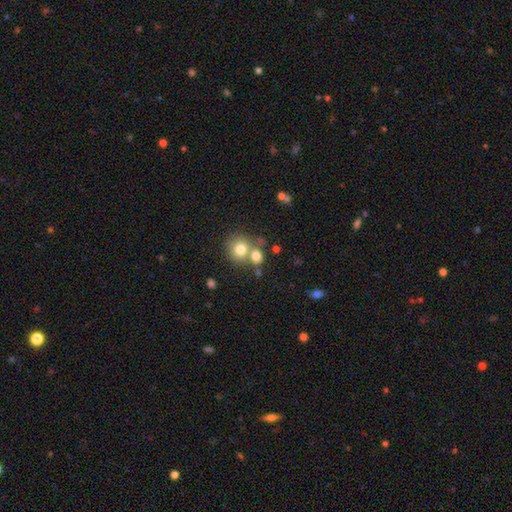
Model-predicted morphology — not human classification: Smooth or featured?
  - smooth: 76% *
  - featured or disk: 13%
  - star or artifact: 11%
How rounded?
  - round: 76% *
  - in between: 23%
  - cigar-shaped: 1%
Merging?
  - none: 45% *
  - merger: 43%
  - minor disturbance: 8%
  - major disturbance: 4%